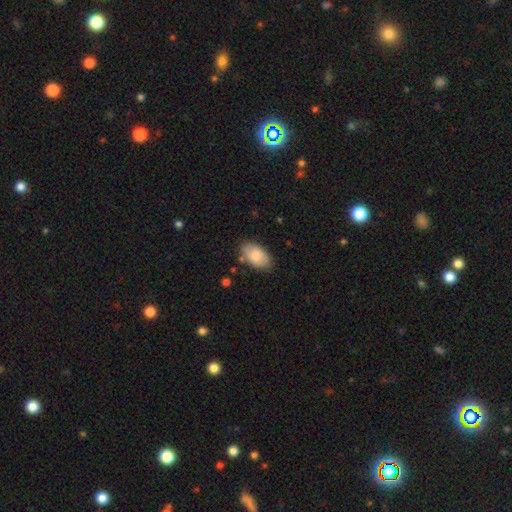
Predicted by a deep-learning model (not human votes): Smooth or featured: smooth — 84% (featured or disk — 10%)
How rounded: in between — 94% (round — 4%)
Merging: none — 80% (minor disturbance — 14%)